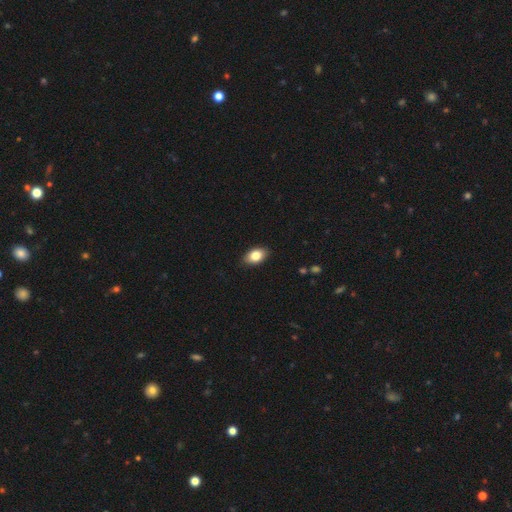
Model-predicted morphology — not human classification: A smooth galaxy with no disk features (81%) that is in between round and cigar-shaped (89%).

Vote fractions:
- Smooth or featured? smooth: 81% / featured or disk: 11% / star or artifact: 8%
- How rounded? in between: 89% / round: 9% / cigar-shaped: 2%
- Merging? none: 87% / minor disturbance: 10% / major disturbance: 2% / merger: 1%